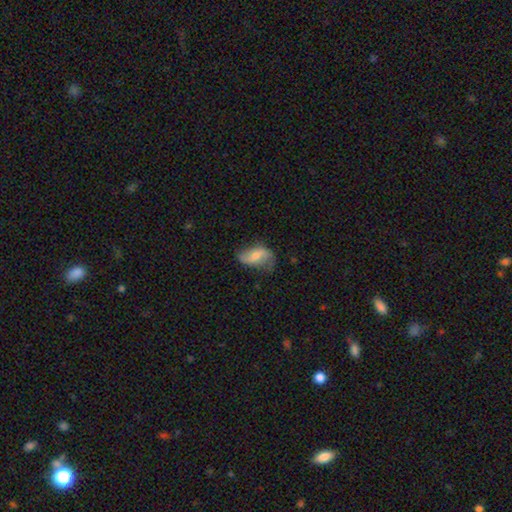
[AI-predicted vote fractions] featured or disk 51%, smooth 41%, star or artifact 7%. Down the decision tree: edge-on disk — no (95%); merging — none (56%).